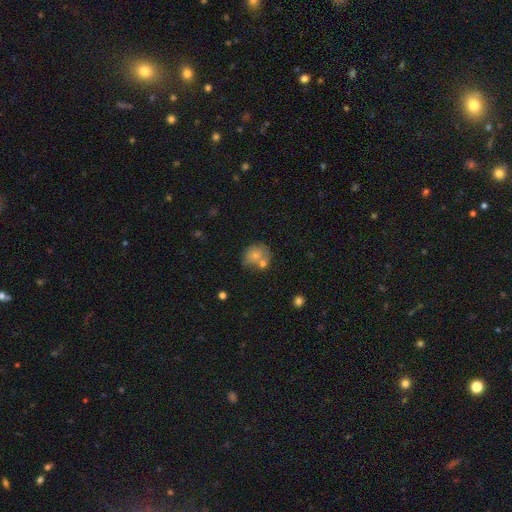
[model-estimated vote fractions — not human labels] Morphology: type=smooth (60%); roundness=round (73%); merging=none (39%).